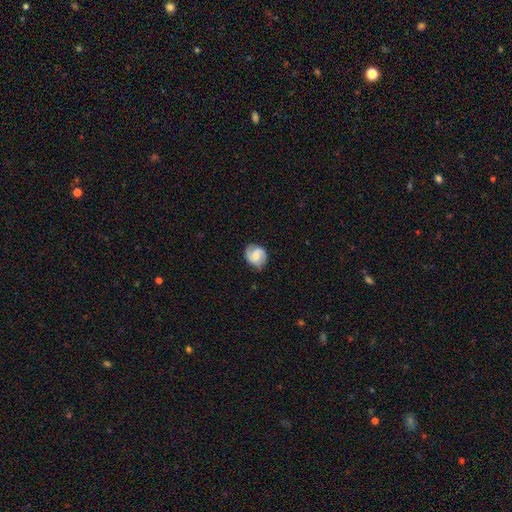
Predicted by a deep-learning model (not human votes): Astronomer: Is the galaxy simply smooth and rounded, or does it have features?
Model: featured or disk — 64%.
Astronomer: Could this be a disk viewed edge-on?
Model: no — 98%.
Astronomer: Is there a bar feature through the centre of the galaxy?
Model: weak — 45% (runner-up: no, 43%).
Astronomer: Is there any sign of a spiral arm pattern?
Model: yes — 93%.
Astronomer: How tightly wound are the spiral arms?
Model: medium — 47% (runner-up: tight, 33%).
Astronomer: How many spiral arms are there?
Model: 2 — 84%.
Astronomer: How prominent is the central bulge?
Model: moderate — 45% (runner-up: small, 39%).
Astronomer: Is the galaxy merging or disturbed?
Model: none — 77%.